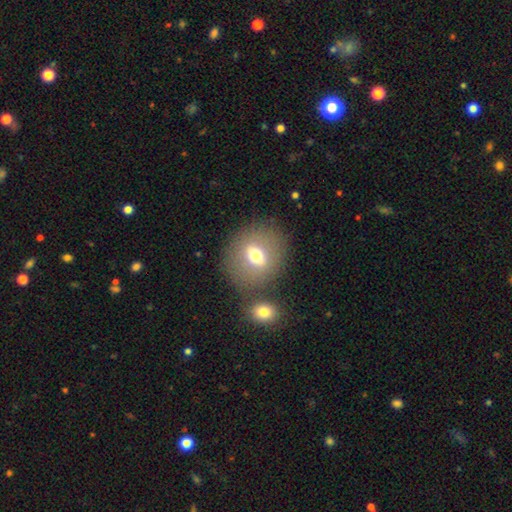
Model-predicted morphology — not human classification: Smooth or featured? smooth (60%)
How rounded? round (61%)
Merging? none (67%)